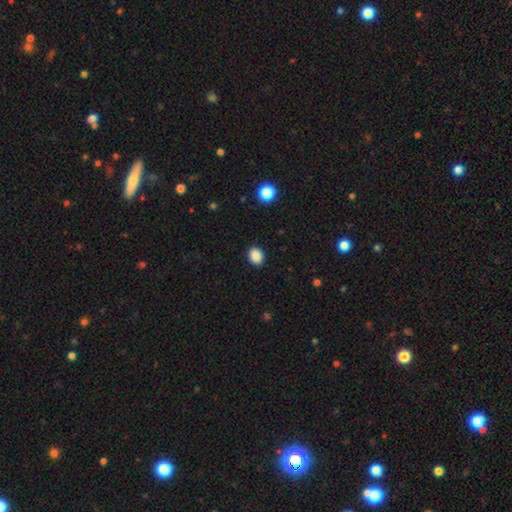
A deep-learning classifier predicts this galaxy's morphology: smooth_or_featured: smooth (p=0.88) [alt: star or artifact p=0.09]
how_rounded: in between (p=0.52) [alt: round p=0.48]
merging: none (p=0.90) [alt: minor disturbance p=0.07]